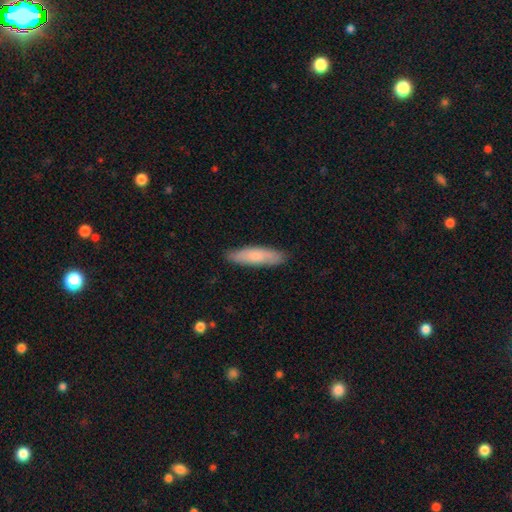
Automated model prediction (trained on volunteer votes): The model was most divided on "how rounded": cigar-shaped: 70%, in between: 29%, round: 2%. More confident: merging — none (86%); smooth or featured — smooth (76%).